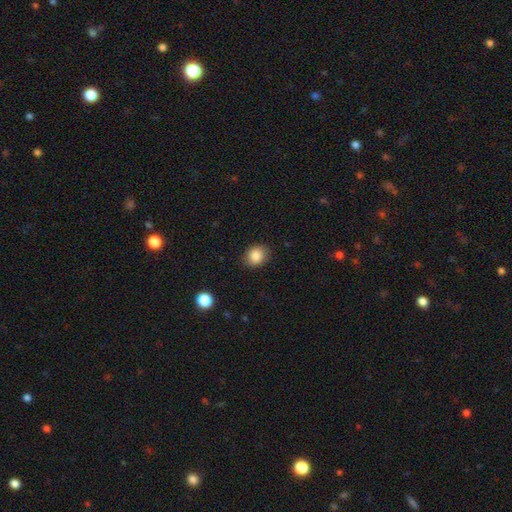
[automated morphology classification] smooth_or_featured: smooth (p=0.86) [alt: star or artifact p=0.09]
how_rounded: round (p=0.59) [alt: in between p=0.40]
merging: none (p=0.86) [alt: minor disturbance p=0.11]